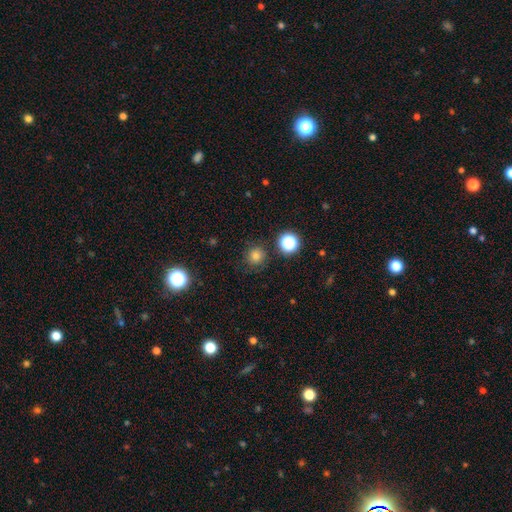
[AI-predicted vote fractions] Q: Smooth or featured?
A: smooth (78%); runner-up: star or artifact (17%)
Q: How rounded?
A: round (94%); runner-up: in between (5%)
Q: Merging?
A: none (86%); runner-up: minor disturbance (9%)